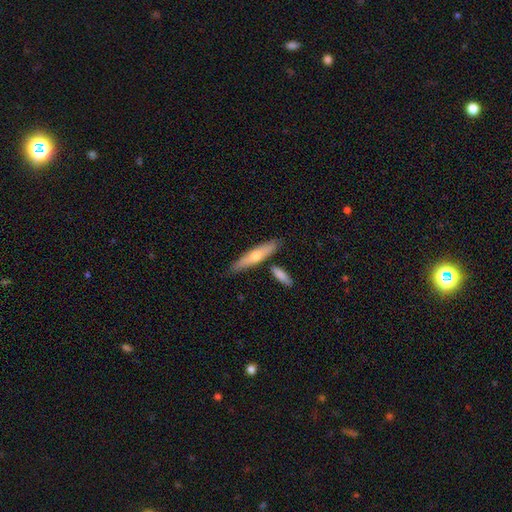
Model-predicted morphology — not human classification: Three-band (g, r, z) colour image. It shows a smooth galaxy with no disk features (52%) that is cigar-shaped (77%). Merging: none (75%).